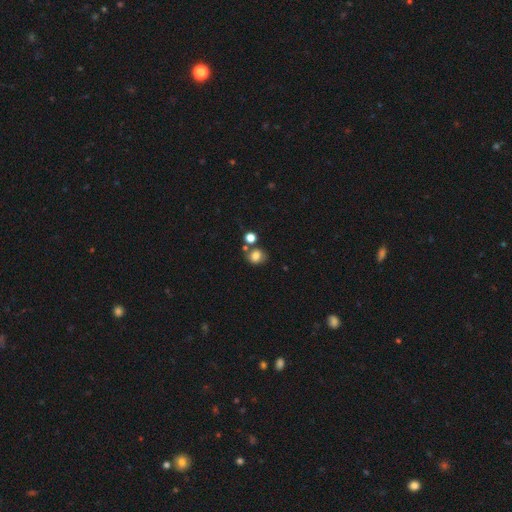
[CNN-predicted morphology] The model was most divided on "how rounded": round: 68%, in between: 31%, cigar-shaped: 1%. More confident: smooth or featured — smooth (79%); merging — none (63%).